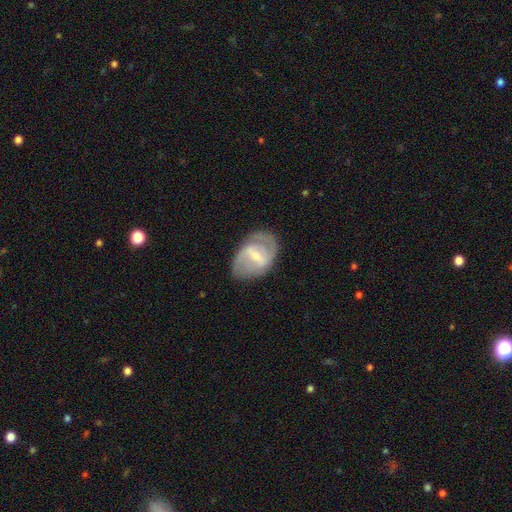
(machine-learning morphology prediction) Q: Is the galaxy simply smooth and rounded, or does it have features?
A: featured or disk — 73%.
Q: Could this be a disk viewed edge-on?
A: no — 96%.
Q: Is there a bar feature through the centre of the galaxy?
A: strong — 47%.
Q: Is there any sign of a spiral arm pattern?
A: yes — 79%.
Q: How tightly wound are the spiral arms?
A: medium — 46%.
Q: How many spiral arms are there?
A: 2 — 75%.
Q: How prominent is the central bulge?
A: small — 48%.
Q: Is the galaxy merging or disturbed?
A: none — 72%.